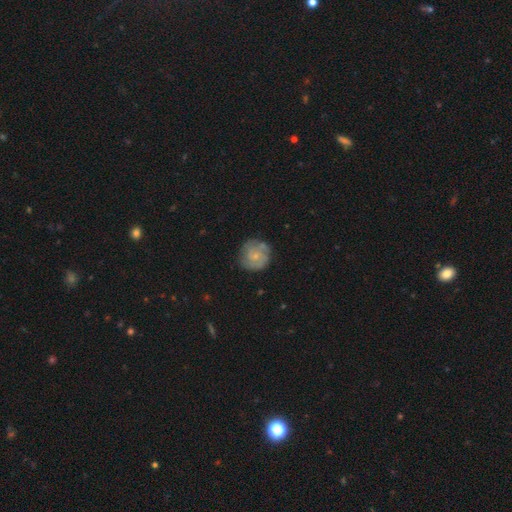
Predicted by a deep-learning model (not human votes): featured or disk 60%, smooth 34%, star or artifact 7%. Down the decision tree: edge-on disk — no (98%); bar — no (76%); spiral arms — yes (82%); bulge size — small (71%); merging — none (73%).